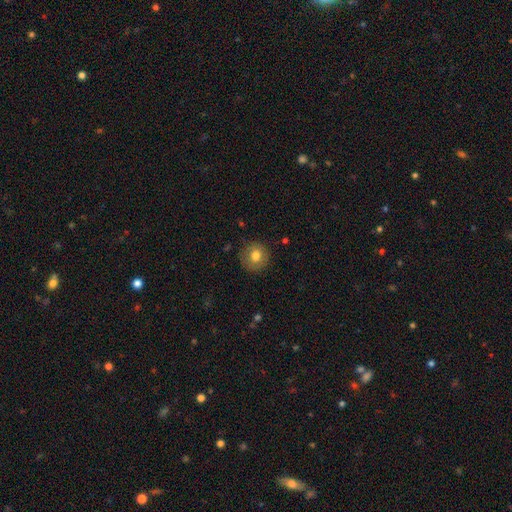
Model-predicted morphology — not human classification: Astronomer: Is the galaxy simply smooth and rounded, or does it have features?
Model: smooth — 78%.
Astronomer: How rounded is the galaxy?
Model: round — 93%.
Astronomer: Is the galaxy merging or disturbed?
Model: none — 86%.